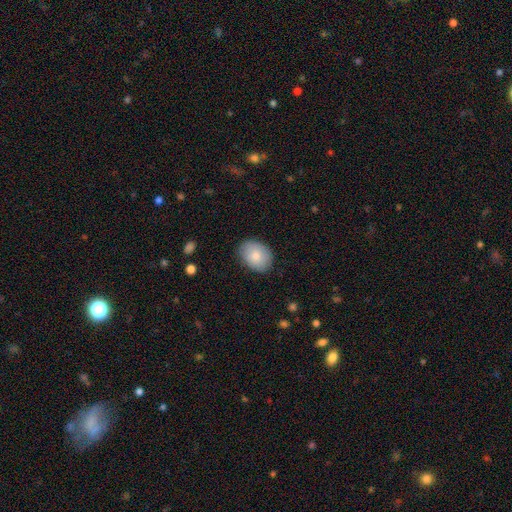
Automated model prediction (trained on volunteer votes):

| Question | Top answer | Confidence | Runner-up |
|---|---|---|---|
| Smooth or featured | smooth | 80% | featured or disk (13%) |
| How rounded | in between | 72% | round (27%) |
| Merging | none | 82% | minor disturbance (14%) |